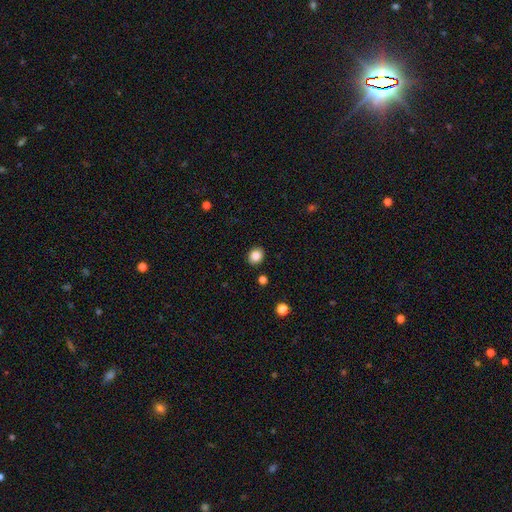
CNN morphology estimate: Smooth or featured?
  - smooth: 85% *
  - star or artifact: 10%
  - featured or disk: 5%
How rounded?
  - round: 64% *
  - in between: 35%
  - cigar-shaped: 1%
Merging?
  - none: 89% *
  - minor disturbance: 7%
  - major disturbance: 2%
  - merger: 2%